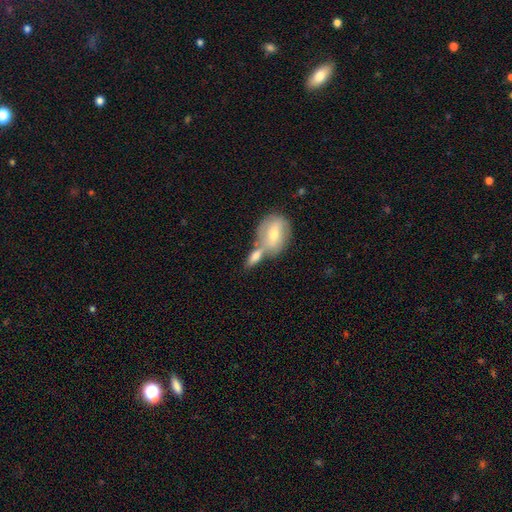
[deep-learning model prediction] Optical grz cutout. It shows a smooth galaxy with no disk features (66%) that is in between round and cigar-shaped (68%). Merging: merger (46%).